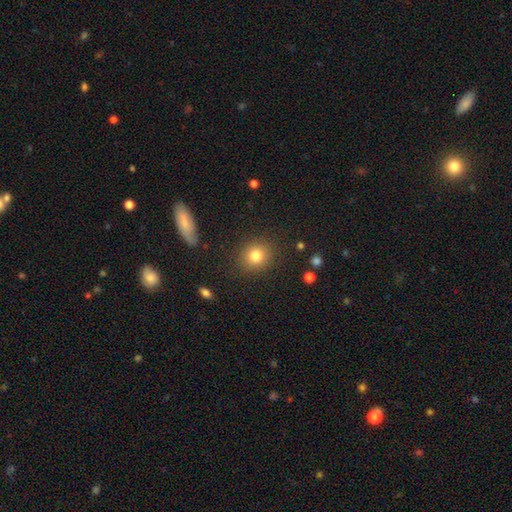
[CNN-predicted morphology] This is clearly a smooth galaxy (81%). How rounded: likely round (79%). Merging: clearly none (87%).